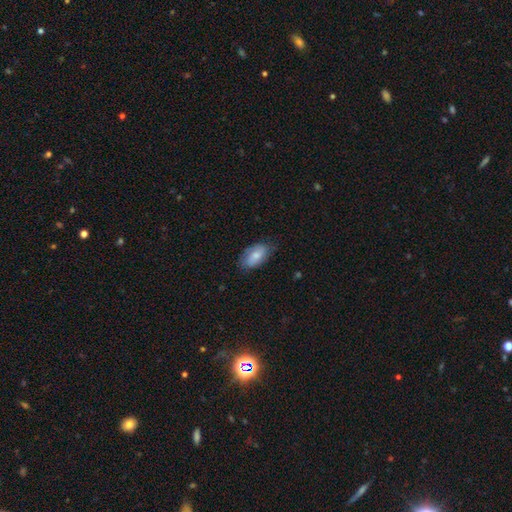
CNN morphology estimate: smooth_or_featured: smooth (p=0.67) [alt: featured or disk p=0.26]
how_rounded: in between (p=0.92) [alt: round p=0.05]
merging: none (p=0.72) [alt: minor disturbance p=0.22]